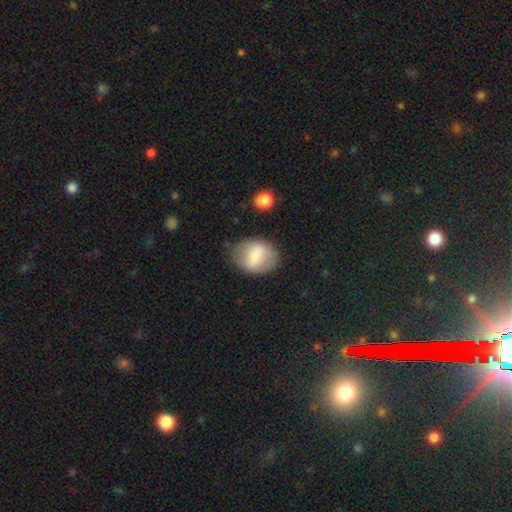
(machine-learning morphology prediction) A smooth galaxy with no disk features (68%) that is in between round and cigar-shaped (64%). Merging: none (63%).